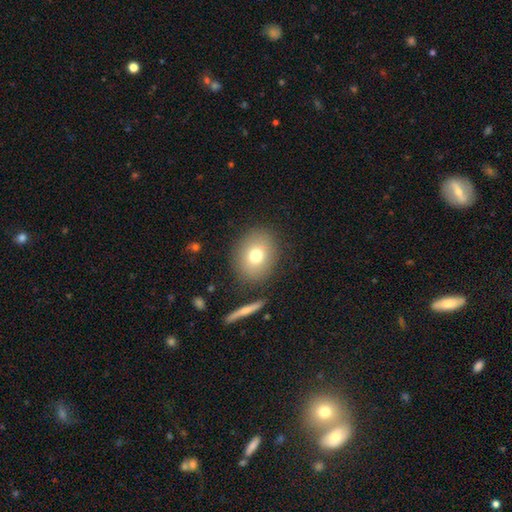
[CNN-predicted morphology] Smooth or featured? smooth (73%)
How rounded? round (62%)
Merging? none (83%)